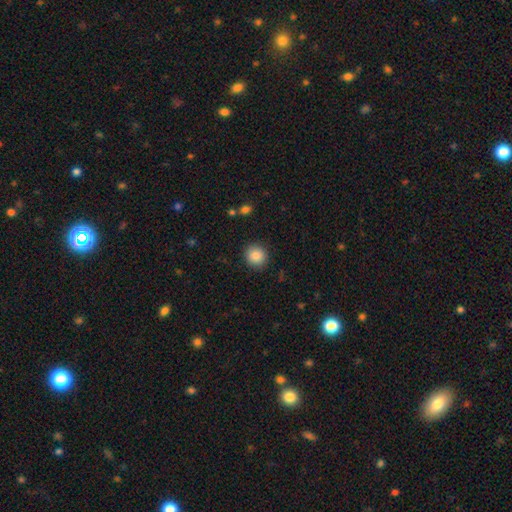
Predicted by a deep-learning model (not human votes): smooth 86%, star or artifact 9%, featured or disk 5%. Down the decision tree: how rounded — round (90%); merging — none (91%).